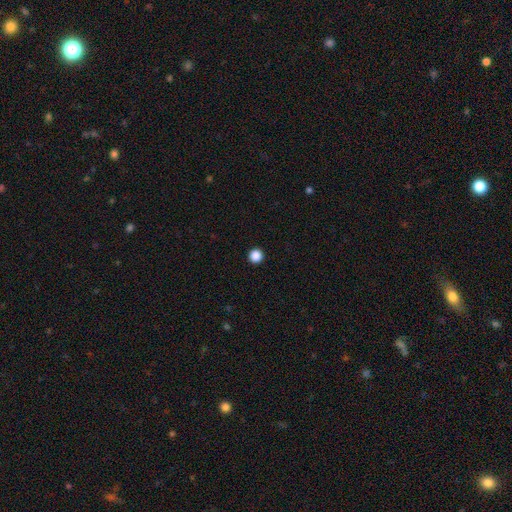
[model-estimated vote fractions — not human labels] A smooth galaxy with no disk features (87%) that is round (97%). Merging: none (94%).